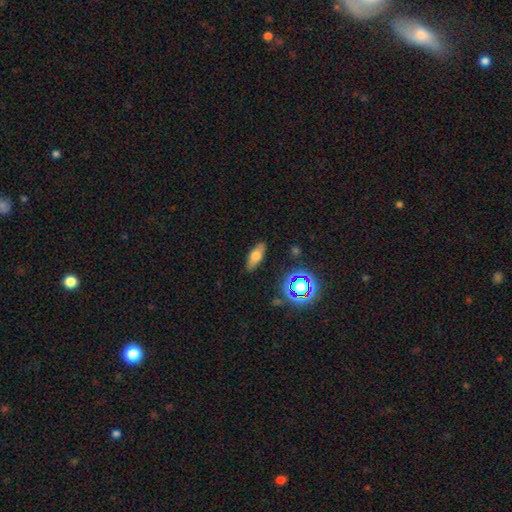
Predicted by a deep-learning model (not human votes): The model was most divided on "smooth or featured": smooth: 65%, featured or disk: 21%, star or artifact: 13%. More confident: merging — none (86%); how rounded — in between (71%).